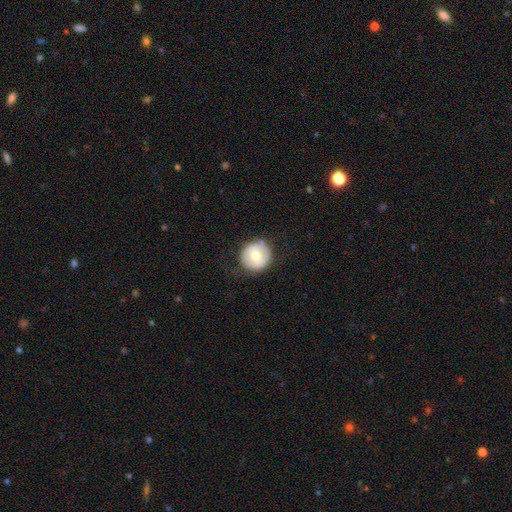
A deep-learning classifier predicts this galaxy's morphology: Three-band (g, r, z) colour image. It shows a smooth galaxy with no disk features (59%) that is round (92%). Merging: none (75%).